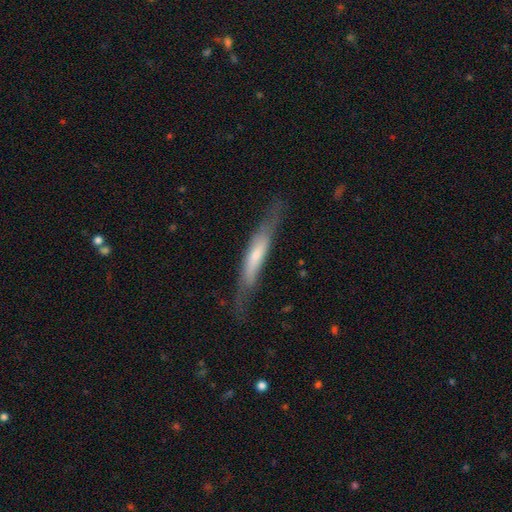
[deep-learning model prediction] A smooth galaxy with no disk features (47%).

Vote fractions:
- Smooth or featured? smooth: 47% / featured or disk: 46% / star or artifact: 6%
- Merging? none: 67% / minor disturbance: 22% / major disturbance: 9% / merger: 2%